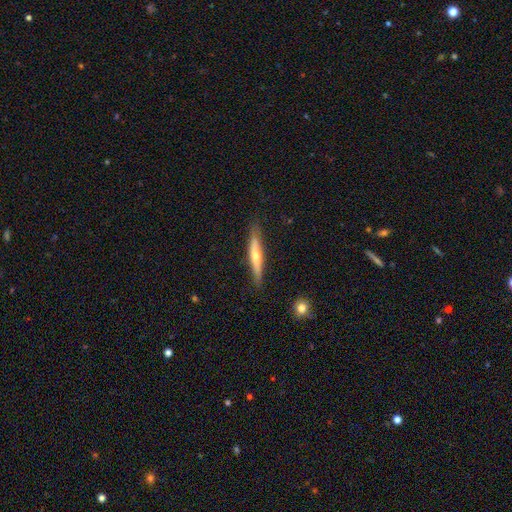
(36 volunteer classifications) Overall: featured or disk (58%; smooth 36%). Edge-on disk: yes (95%). Edge-on bulge: rounded (60%; none 40%). Merging: none (79%).